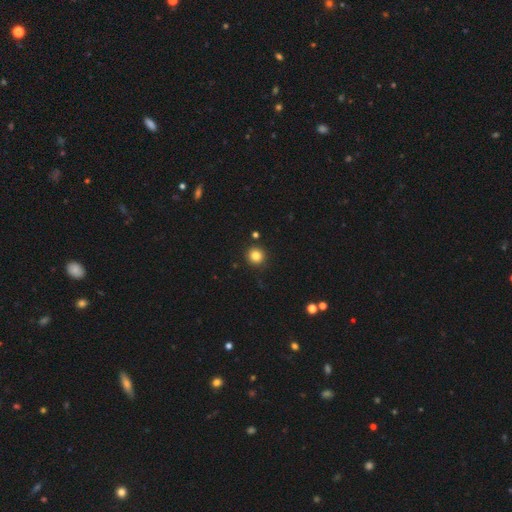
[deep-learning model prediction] Smooth or featured? Predicted: smooth (p=0.83). How rounded? Predicted: round (p=0.94). Merging? Predicted: none (p=0.90).